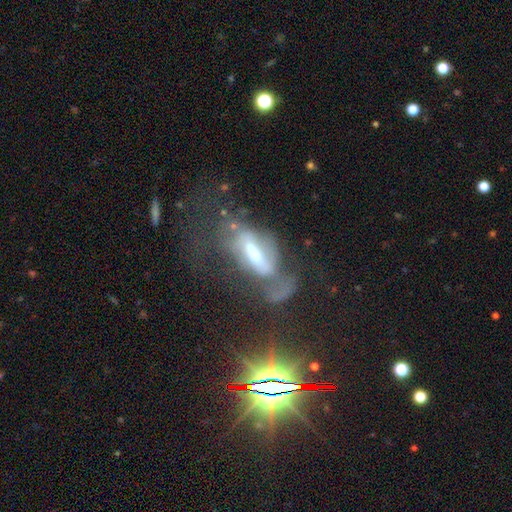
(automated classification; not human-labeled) smooth-or-featured: featured or disk: 65% | smooth: 18% | star or artifact: 17%
  disk-edge-on: no: 76% | yes: 24%
  merging: major disturbance: 46% | none: 26% | minor disturbance: 17% | merger: 11%